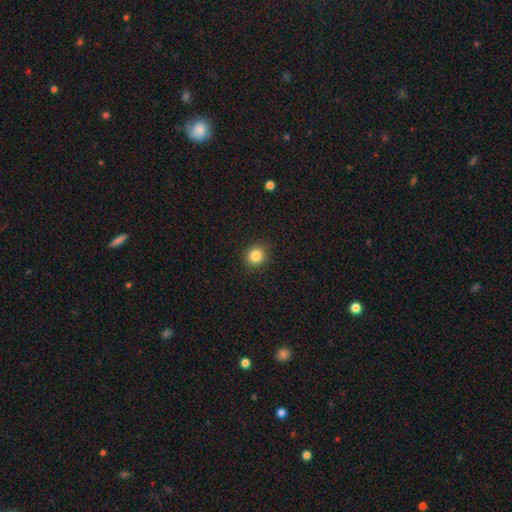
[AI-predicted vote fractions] Smooth or featured? smooth (85%)
How rounded? round (86%)
Merging? none (90%)